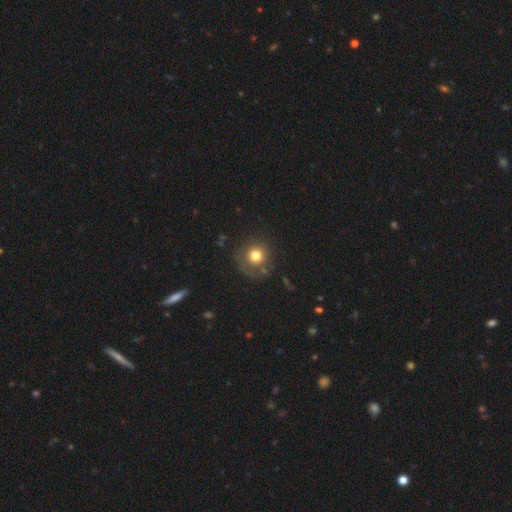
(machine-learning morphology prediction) A smooth galaxy with no disk features (75%) that is round (92%).

Vote fractions:
- Smooth or featured? smooth: 75% / featured or disk: 13% / star or artifact: 12%
- How rounded? round: 92% / in between: 7% / cigar-shaped: 1%
- Merging? none: 69% / minor disturbance: 17% / major disturbance: 10% / merger: 5%